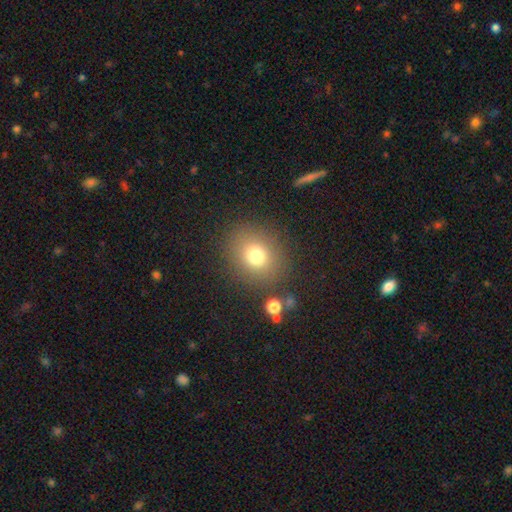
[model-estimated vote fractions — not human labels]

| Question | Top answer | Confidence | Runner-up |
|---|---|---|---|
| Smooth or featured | smooth | 75% | star or artifact (15%) |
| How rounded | round | 73% | in between (26%) |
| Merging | none | 84% | minor disturbance (9%) |